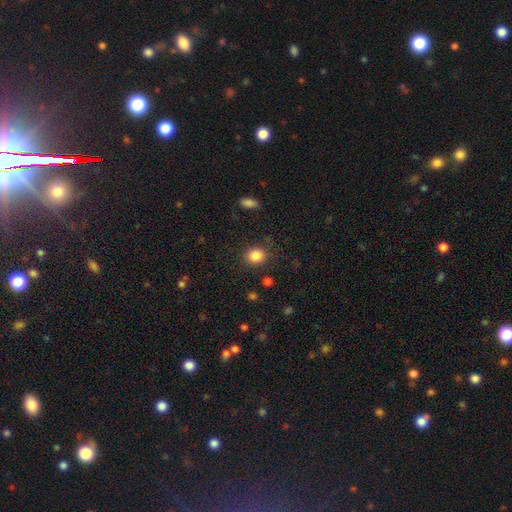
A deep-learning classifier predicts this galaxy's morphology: Overall: smooth (85%). How rounded: round (73%). Merging: none (85%).